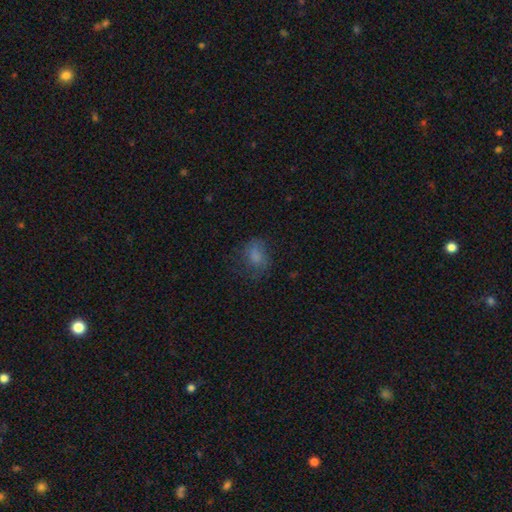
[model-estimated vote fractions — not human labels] Morphology: type=smooth (70%); roundness=in between (59%); merging=none (55%).